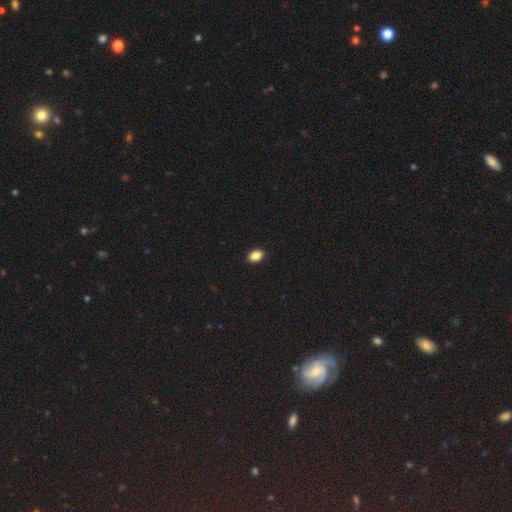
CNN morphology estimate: smooth_or_featured: smooth (p=0.87) [alt: star or artifact p=0.09]
how_rounded: in between (p=0.85) [alt: round p=0.14]
merging: none (p=0.91) [alt: minor disturbance p=0.07]